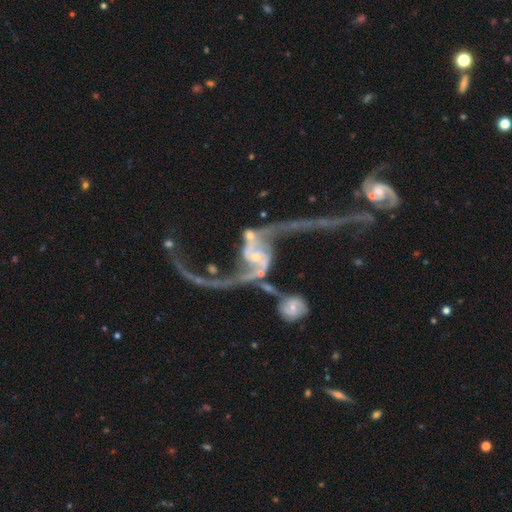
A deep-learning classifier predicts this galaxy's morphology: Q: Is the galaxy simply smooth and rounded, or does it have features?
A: featured or disk — 92%.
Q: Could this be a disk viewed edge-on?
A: no — 97%.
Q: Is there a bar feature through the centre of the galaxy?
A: no — 44%.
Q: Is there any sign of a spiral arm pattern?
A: yes — 96%.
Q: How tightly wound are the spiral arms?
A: loose — 88%.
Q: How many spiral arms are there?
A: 2 — 94%.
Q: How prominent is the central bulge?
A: small — 64%.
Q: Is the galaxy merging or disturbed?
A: none — 31%, tied with merger.